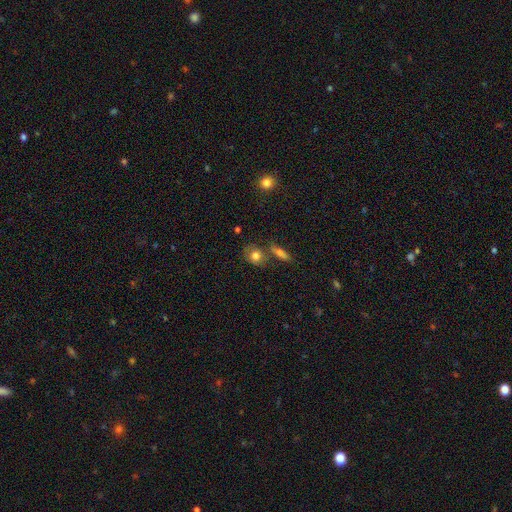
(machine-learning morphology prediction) Smooth or featured? Predicted: smooth (p=0.77). How rounded? Predicted: round (p=0.63). Merging? Predicted: none (p=0.59).